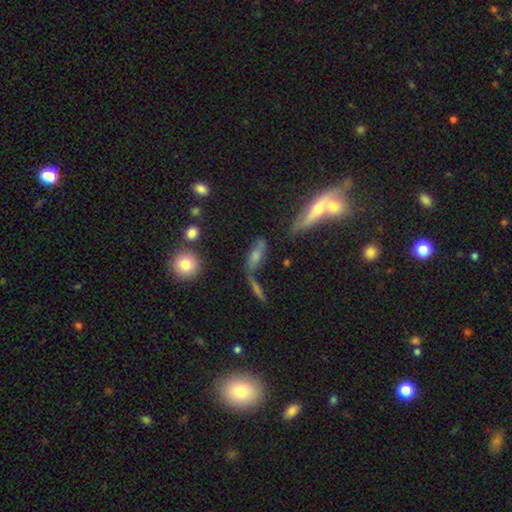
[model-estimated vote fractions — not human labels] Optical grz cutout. It shows a smooth galaxy with no disk features (48%). Merging: none (43%).